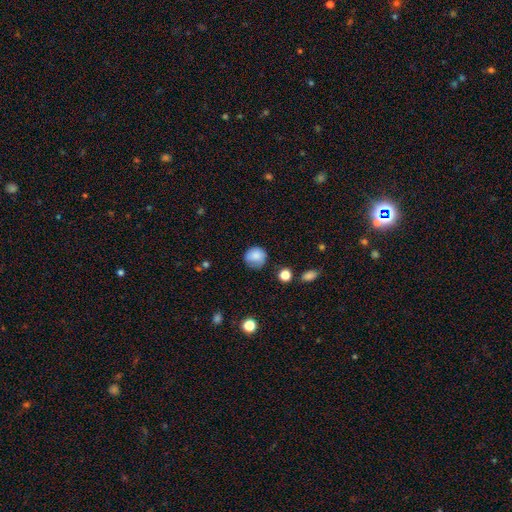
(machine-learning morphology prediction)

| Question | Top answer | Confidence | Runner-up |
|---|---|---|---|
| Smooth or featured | smooth | 79% | featured or disk (12%) |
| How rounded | round | 86% | in between (14%) |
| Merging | none | 66% | minor disturbance (24%) |